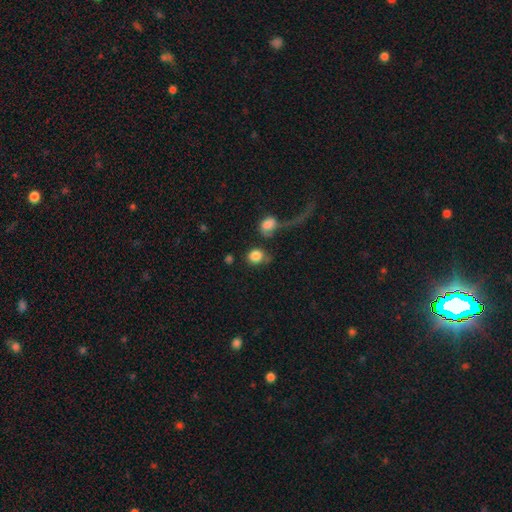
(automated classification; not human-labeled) Smooth or featured?
  - smooth: 84% *
  - star or artifact: 8%
  - featured or disk: 8%
How rounded?
  - round: 75% *
  - in between: 24%
  - cigar-shaped: 1%
Merging?
  - none: 50% *
  - merger: 23%
  - major disturbance: 14%
  - minor disturbance: 14%